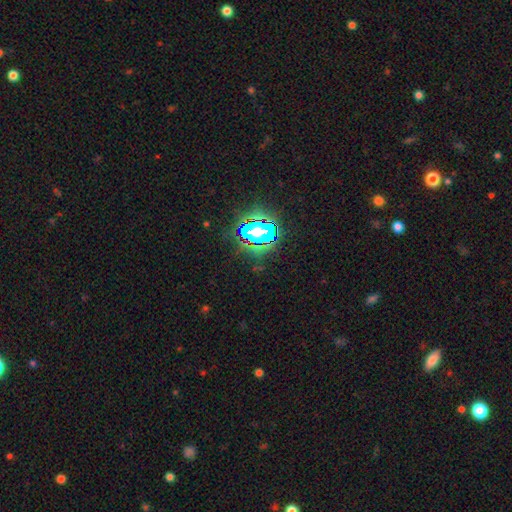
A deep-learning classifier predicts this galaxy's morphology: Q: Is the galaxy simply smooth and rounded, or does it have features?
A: star or artifact — 74%.